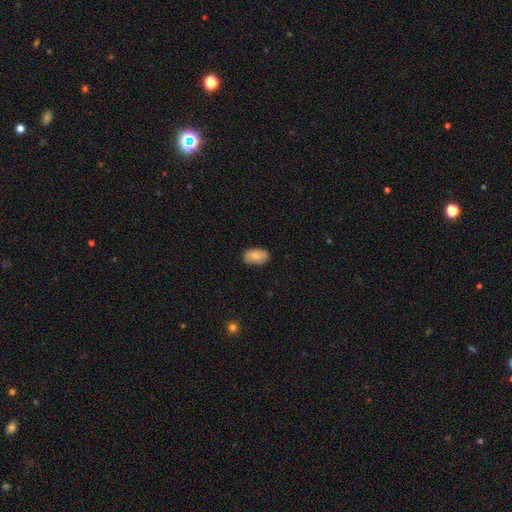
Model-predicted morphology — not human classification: Overall: smooth (82%). How rounded: in between (92%). Merging: none (83%).